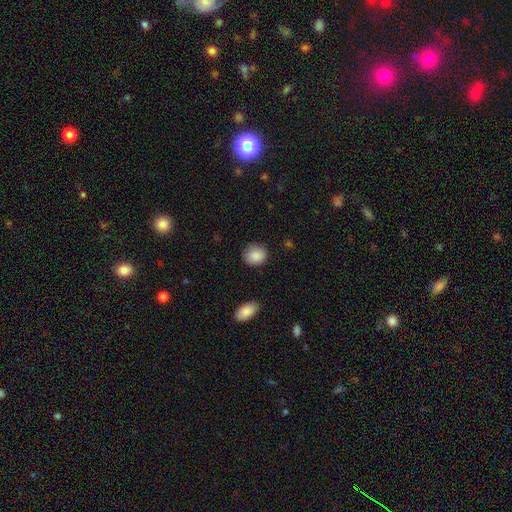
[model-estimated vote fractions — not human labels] Smooth or featured? Predicted: smooth (p=0.88). How rounded? Predicted: round (p=0.70). Merging? Predicted: none (p=0.84).